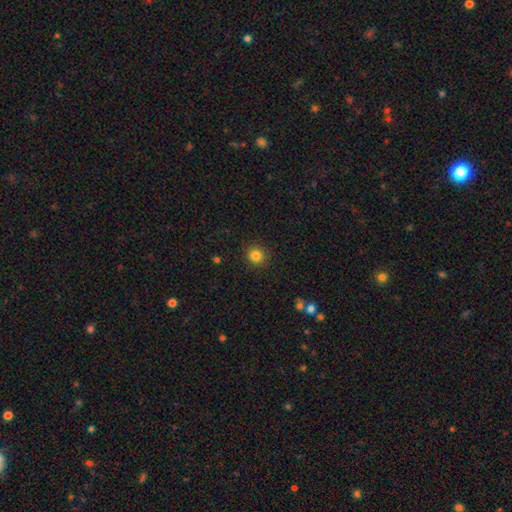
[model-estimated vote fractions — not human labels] Overall: smooth (83%). How rounded: round (89%). Merging: none (90%).